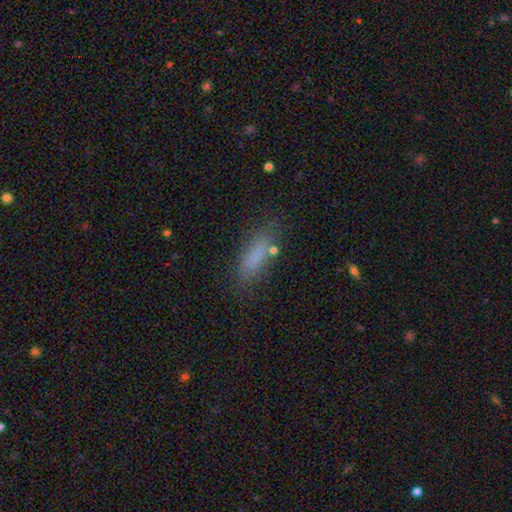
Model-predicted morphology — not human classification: The model was most divided on "how rounded": cigar-shaped: 51%, in between: 46%, round: 3%. More confident: smooth or featured — smooth (76%); merging — none (75%).